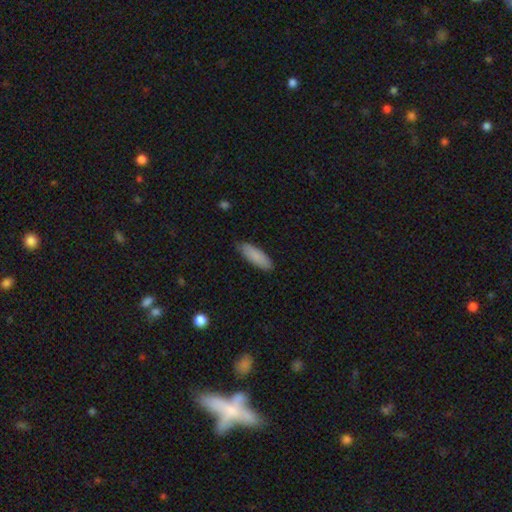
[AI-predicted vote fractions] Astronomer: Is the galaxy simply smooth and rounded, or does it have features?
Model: smooth — 86%.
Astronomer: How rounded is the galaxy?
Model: in between — 56% (runner-up: cigar-shaped, 42%).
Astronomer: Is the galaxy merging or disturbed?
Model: none — 83%.